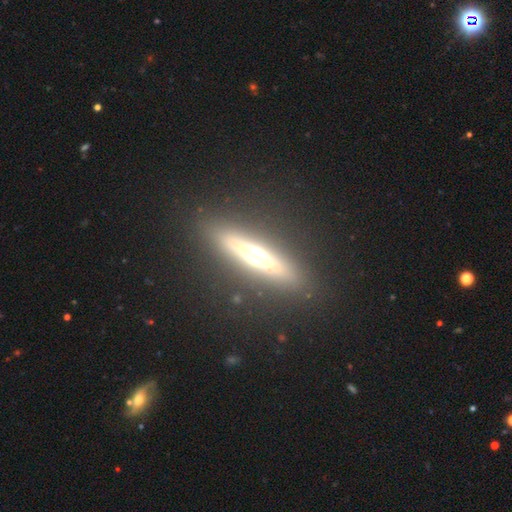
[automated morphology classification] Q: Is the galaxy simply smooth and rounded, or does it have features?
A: featured or disk — 58%.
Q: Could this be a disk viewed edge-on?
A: yes — 89%.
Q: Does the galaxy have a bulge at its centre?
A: rounded — 92%.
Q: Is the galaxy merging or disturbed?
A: none — 88%.